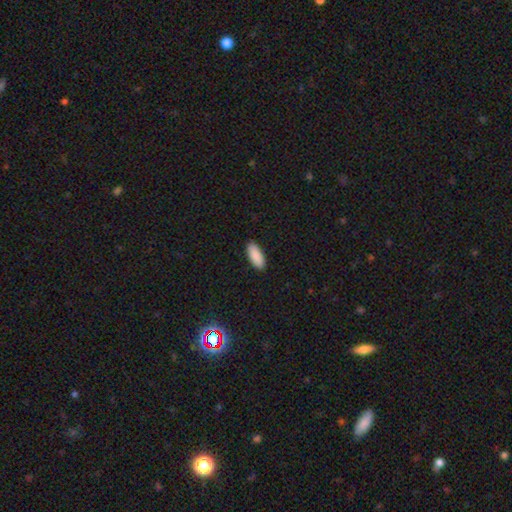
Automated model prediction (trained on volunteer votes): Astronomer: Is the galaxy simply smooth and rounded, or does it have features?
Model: smooth — 91%.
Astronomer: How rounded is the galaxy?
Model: in between — 84%.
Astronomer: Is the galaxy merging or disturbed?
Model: none — 91%.